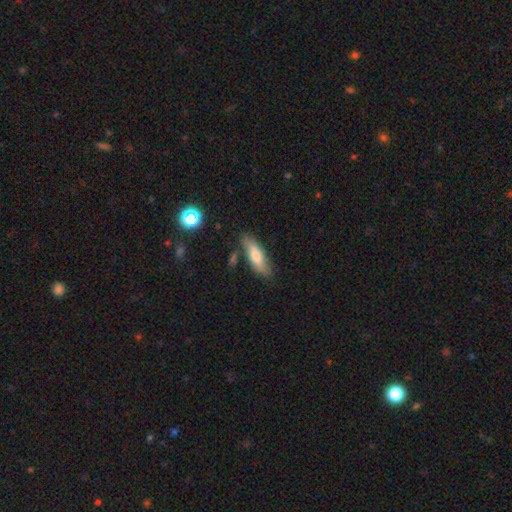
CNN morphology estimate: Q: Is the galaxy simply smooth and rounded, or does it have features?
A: smooth — 68%.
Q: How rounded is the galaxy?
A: in between — 51%.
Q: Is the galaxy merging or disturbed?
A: none — 73%.